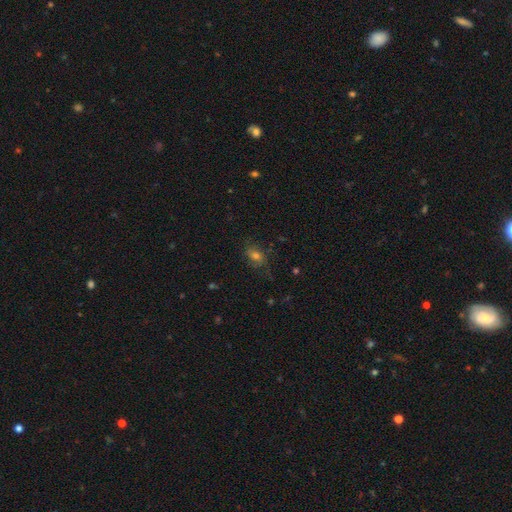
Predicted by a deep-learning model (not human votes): smooth-or-featured: smooth: 48% | star or artifact: 26% | featured or disk: 26%
  merging: none: 68% | minor disturbance: 20% | major disturbance: 10% | merger: 2%